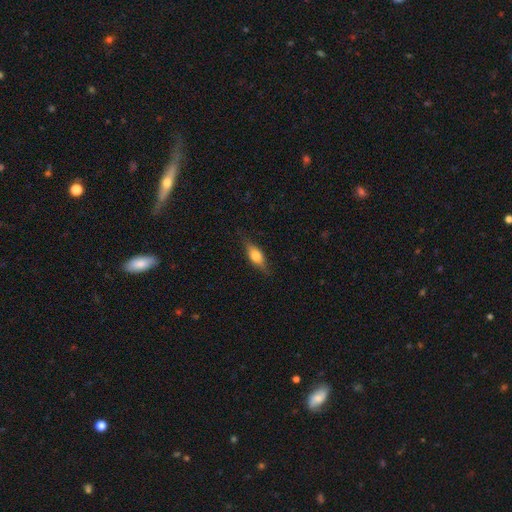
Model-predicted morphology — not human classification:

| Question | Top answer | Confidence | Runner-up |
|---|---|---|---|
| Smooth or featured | smooth | 57% | featured or disk (36%) |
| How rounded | in between | 66% | cigar-shaped (28%) |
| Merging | none | 80% | minor disturbance (16%) |